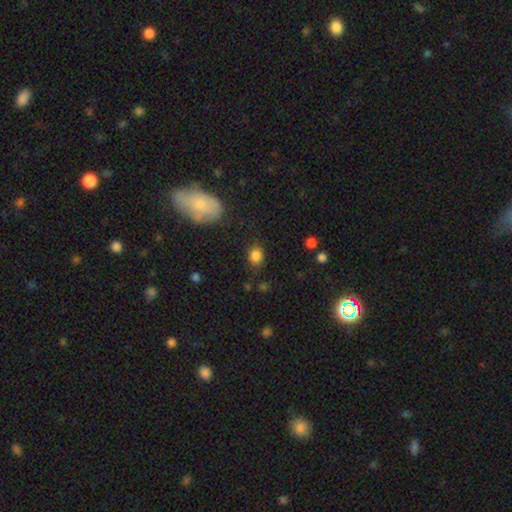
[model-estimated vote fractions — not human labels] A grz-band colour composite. It shows a smooth galaxy with no disk features (85%) that is round (65%). Merging: none (81%).